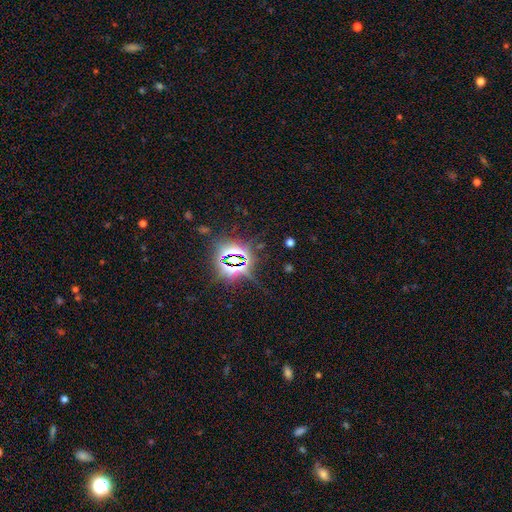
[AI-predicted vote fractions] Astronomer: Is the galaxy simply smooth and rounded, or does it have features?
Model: star or artifact — 82%.